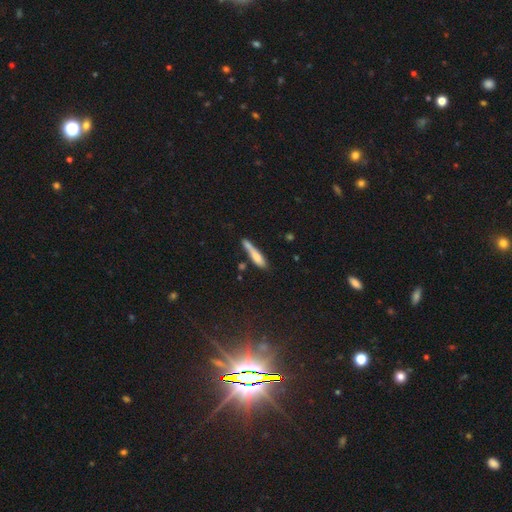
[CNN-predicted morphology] Smooth or featured?
  - smooth: 73% *
  - featured or disk: 20%
  - star or artifact: 8%
How rounded?
  - cigar-shaped: 86% *
  - in between: 12%
  - round: 2%
Merging?
  - none: 50% *
  - minor disturbance: 24%
  - merger: 18%
  - major disturbance: 9%